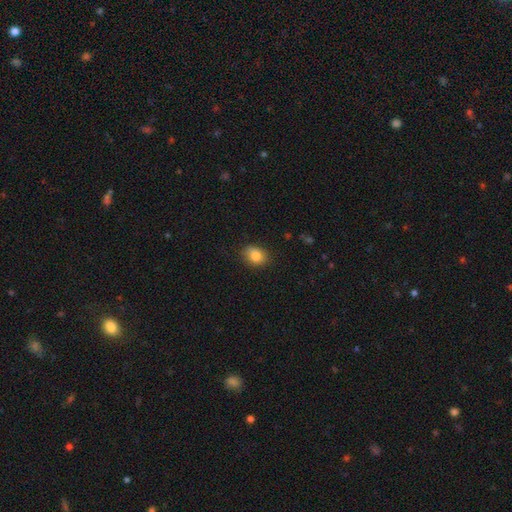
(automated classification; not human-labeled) Smooth or featured? smooth (84%)
How rounded? in between (58%)
Merging? none (82%)